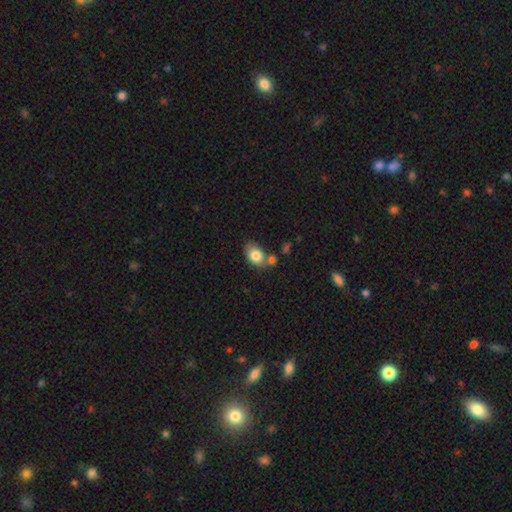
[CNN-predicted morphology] Overall: smooth (81%). How rounded: in between (81%). Merging: none (53%; merger 22%).